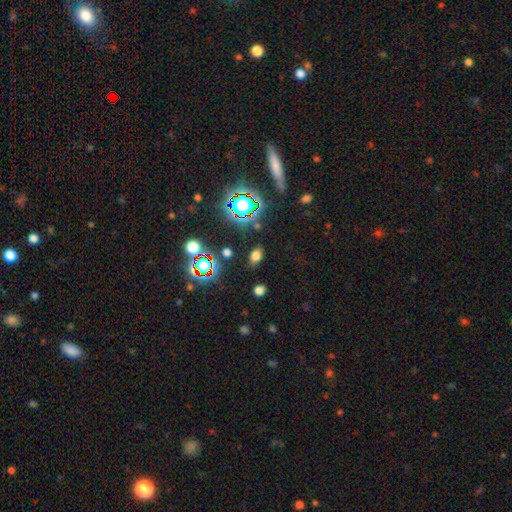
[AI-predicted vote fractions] Smooth or featured: smooth — 68% (star or artifact — 24%)
How rounded: in between — 85% (round — 13%)
Merging: none — 85% (minor disturbance — 10%)